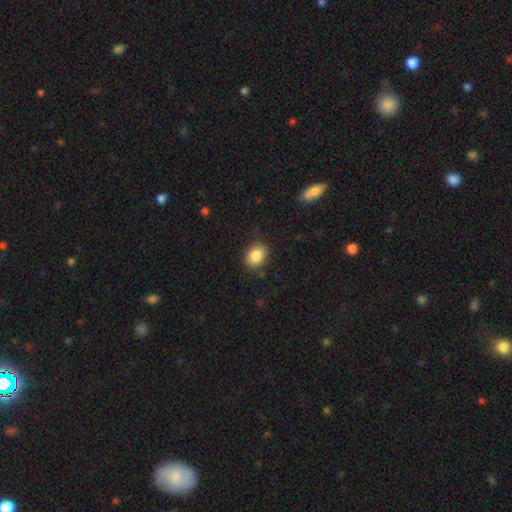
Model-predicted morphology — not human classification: The model was most divided on "how rounded": in between: 56%, round: 43%, cigar-shaped: 1%. More confident: smooth or featured — smooth (87%); merging — none (80%).